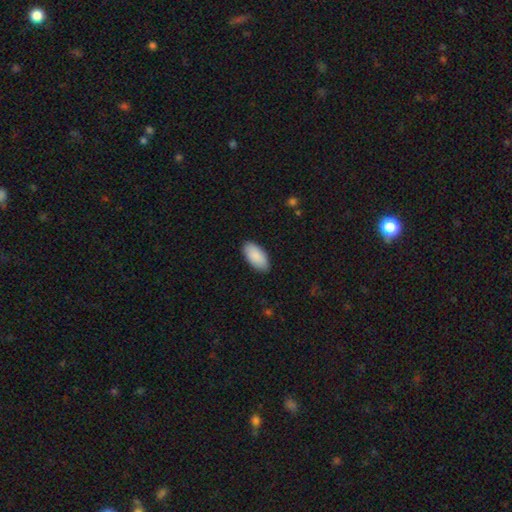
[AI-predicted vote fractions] This appears to be a smooth galaxy with no disk features (91%) that is in between round and cigar-shaped (95%). Merging: none (88%).